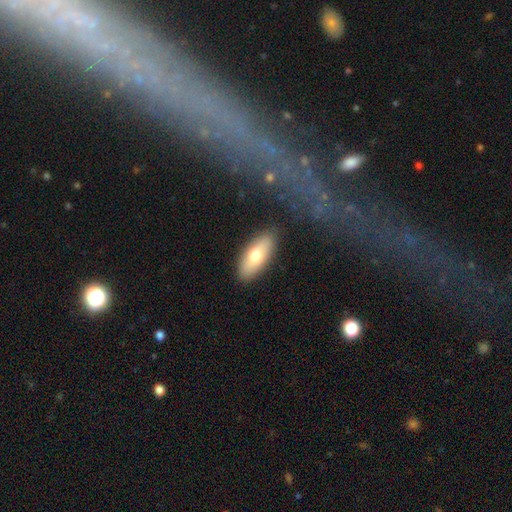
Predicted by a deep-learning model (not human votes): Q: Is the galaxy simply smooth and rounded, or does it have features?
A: smooth — 69%.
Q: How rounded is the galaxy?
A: in between — 82%.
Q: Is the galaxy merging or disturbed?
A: none — 86%.